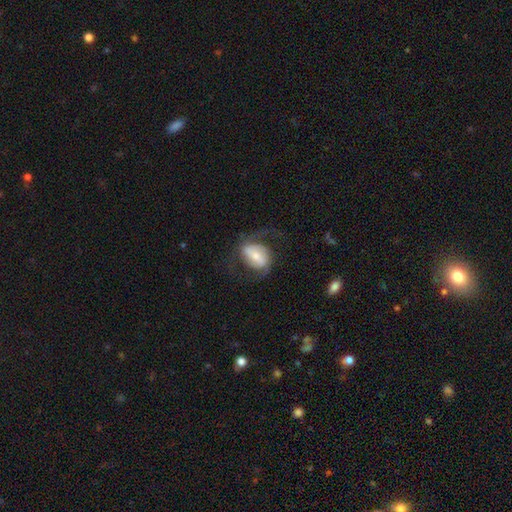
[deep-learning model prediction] A featured or disk galaxy (69%) with a strong bar (41%), 2 (87%) medium (44%) spiral arms (89%) and a moderate central bulge (43%). Merging: none (60%).